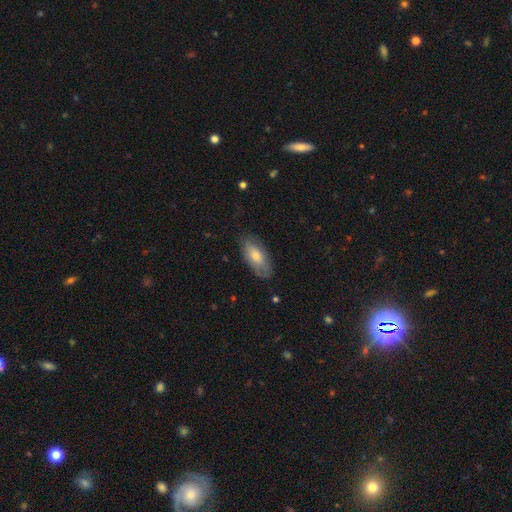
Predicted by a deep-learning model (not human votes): Q: Smooth or featured?
A: smooth (72%); runner-up: featured or disk (23%)
Q: How rounded?
A: in between (88%); runner-up: cigar-shaped (9%)
Q: Merging?
A: none (73%); runner-up: minor disturbance (21%)